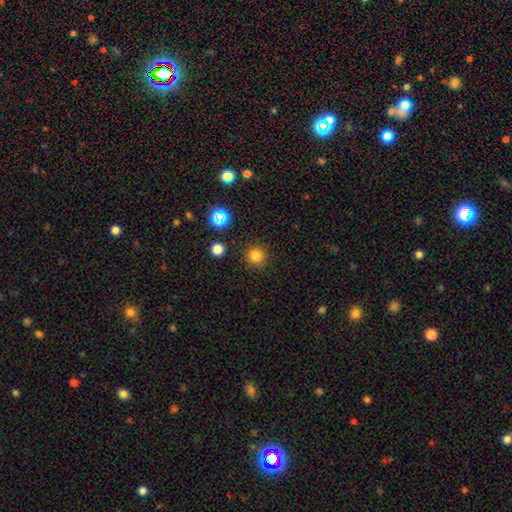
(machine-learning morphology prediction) smooth_or_featured: smooth (p=0.78) [alt: star or artifact p=0.17]
how_rounded: round (p=0.95) [alt: in between p=0.04]
merging: none (p=0.90) [alt: minor disturbance p=0.05]